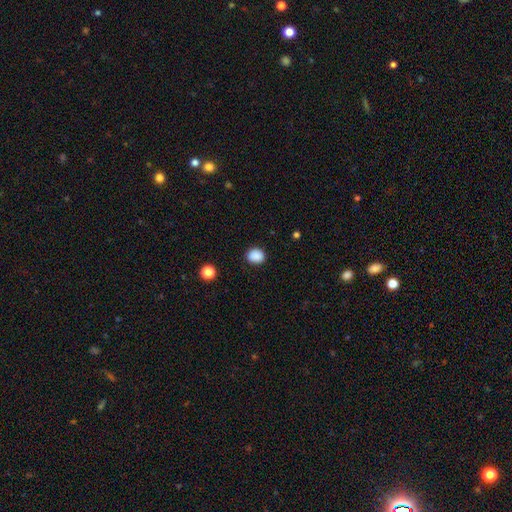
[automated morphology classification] Q: Smooth or featured?
A: smooth (88%); runner-up: star or artifact (9%)
Q: How rounded?
A: round (64%); runner-up: in between (35%)
Q: Merging?
A: none (87%); runner-up: minor disturbance (10%)